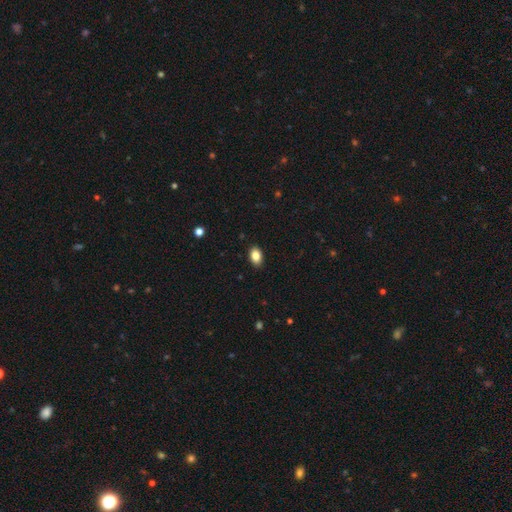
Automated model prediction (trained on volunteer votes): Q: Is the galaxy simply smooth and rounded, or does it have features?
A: smooth — 86%.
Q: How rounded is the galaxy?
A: in between — 87%.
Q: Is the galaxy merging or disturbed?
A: none — 90%.